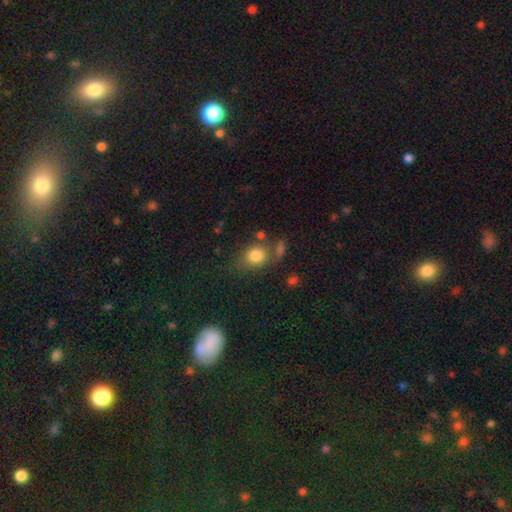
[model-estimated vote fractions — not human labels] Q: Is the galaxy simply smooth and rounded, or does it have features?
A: smooth — 81%.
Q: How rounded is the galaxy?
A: round — 56%.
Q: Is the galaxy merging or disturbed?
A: none — 61%.